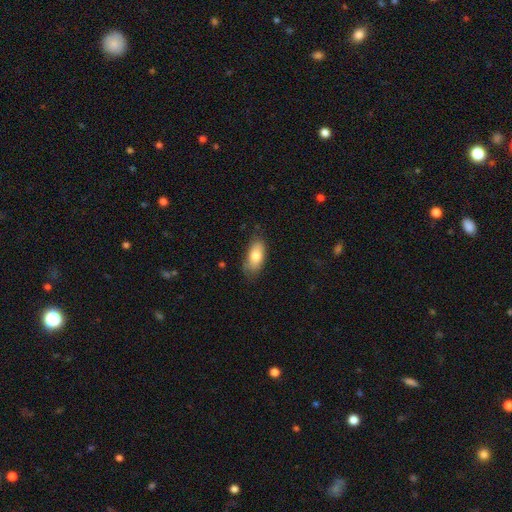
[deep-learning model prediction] Q: Smooth or featured?
A: smooth (79%); runner-up: featured or disk (14%)
Q: How rounded?
A: in between (88%); runner-up: cigar-shaped (9%)
Q: Merging?
A: none (73%); runner-up: minor disturbance (21%)